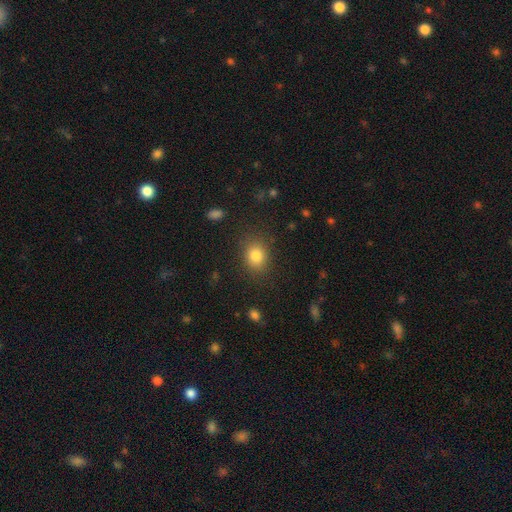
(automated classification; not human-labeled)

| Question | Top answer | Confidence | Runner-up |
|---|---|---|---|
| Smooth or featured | smooth | 81% | star or artifact (11%) |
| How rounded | round | 54% | in between (45%) |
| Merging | none | 84% | minor disturbance (10%) |